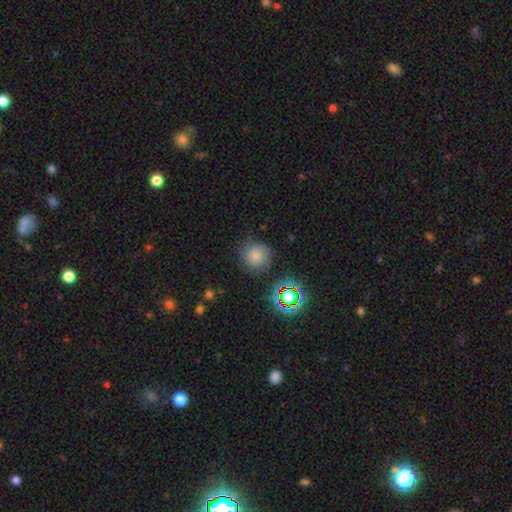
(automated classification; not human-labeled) The model was most divided on "smooth or featured": smooth: 73%, star or artifact: 17%, featured or disk: 10%. More confident: how rounded — round (91%); merging — none (75%).